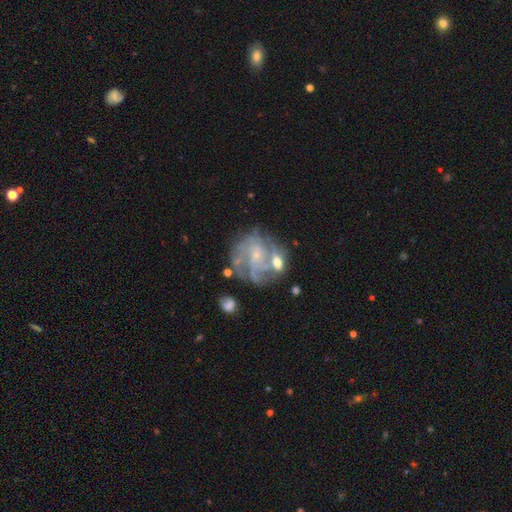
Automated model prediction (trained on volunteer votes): smooth-or-featured: featured or disk: 79% | smooth: 12% | star or artifact: 9%
  disk-edge-on: no: 98% | yes: 2%
    bar: no: 63% | weak: 31% | strong: 6%
    has-spiral-arms: yes: 86% | no: 14%
      spiral-winding: tight: 49% | medium: 37% | loose: 14%
      spiral-arm-count: can't tell: 35% | 3: 23% | 4: 17% | 2: 13% | more than 4: 6% | 1: 6%
    bulge-size: small: 71% | moderate: 15% | none: 12% | large: 1% | dominant: 1%
  merging: none: 52% | minor disturbance: 18% | major disturbance: 16% | merger: 14%